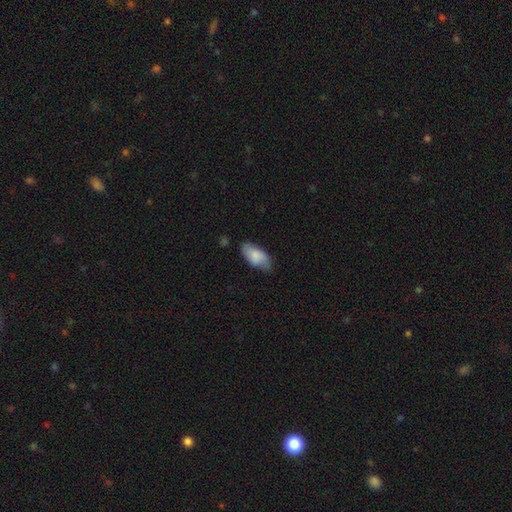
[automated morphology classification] This appears to be a smooth galaxy with no disk features (79%) that is in between round and cigar-shaped (92%). Merging: none (68%).